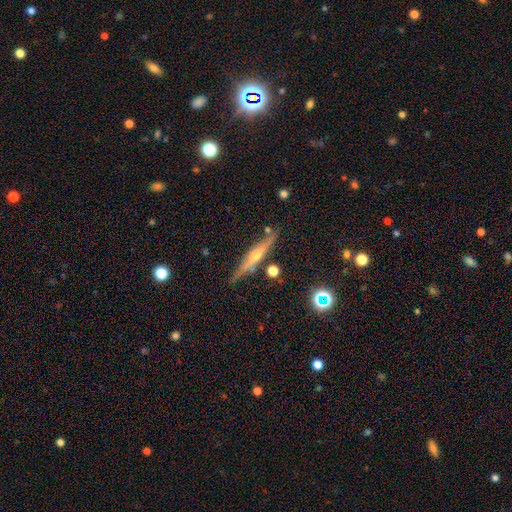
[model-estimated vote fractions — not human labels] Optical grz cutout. It shows a featured or disk galaxy (73%) viewed edge-on (96%) with a rounded central bulge (85%). Merging: none (84%).